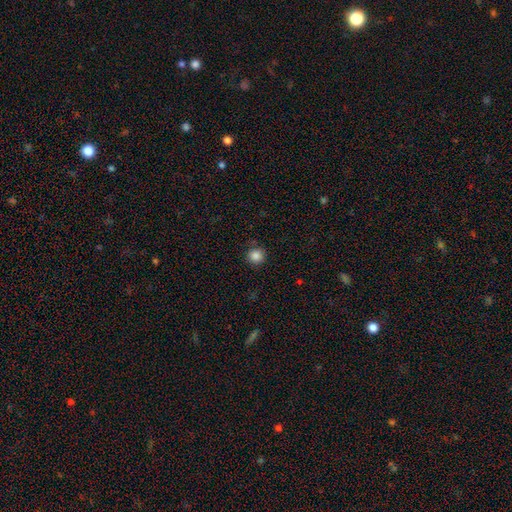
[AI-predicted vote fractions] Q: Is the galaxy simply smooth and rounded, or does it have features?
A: smooth — 86%.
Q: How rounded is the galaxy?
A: round — 94%.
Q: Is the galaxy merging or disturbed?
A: none — 88%.